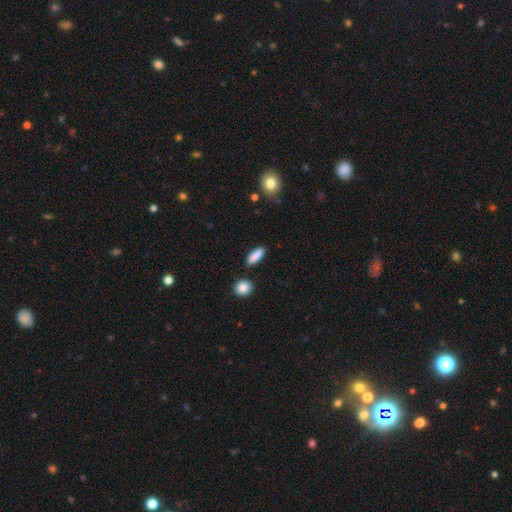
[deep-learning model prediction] The model was most divided on "how rounded": in between: 55%, cigar-shaped: 41%, round: 5%. More confident: smooth or featured — smooth (88%); merging — none (87%).